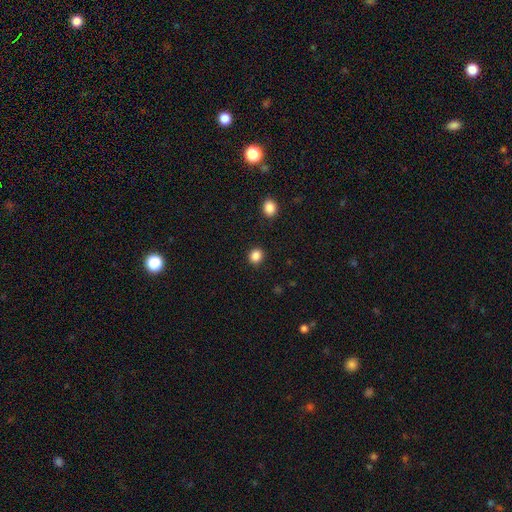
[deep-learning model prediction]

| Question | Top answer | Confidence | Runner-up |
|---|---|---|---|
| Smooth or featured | smooth | 86% | star or artifact (11%) |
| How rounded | round | 81% | in between (18%) |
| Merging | none | 90% | minor disturbance (6%) |